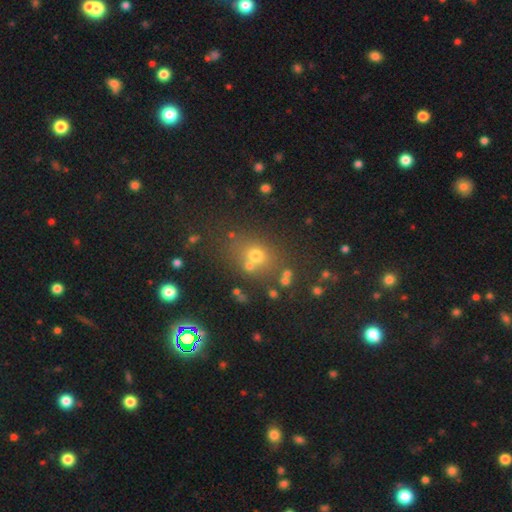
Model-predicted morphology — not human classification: A smooth galaxy with no disk features (63%) that is round (65%). Merging: none (65%).